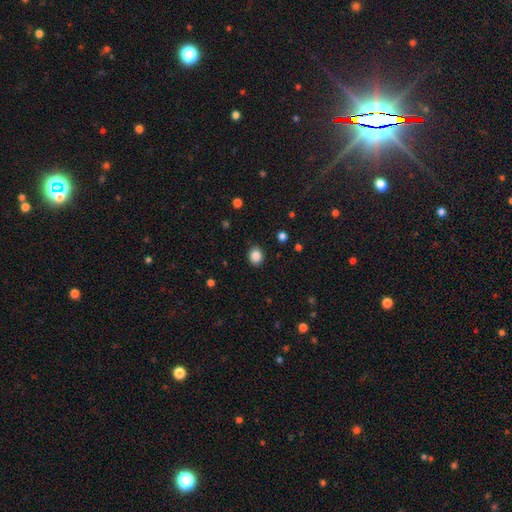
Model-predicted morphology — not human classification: Q: Smooth or featured?
A: smooth (87%); runner-up: star or artifact (10%)
Q: How rounded?
A: round (67%); runner-up: in between (32%)
Q: Merging?
A: none (90%); runner-up: minor disturbance (7%)